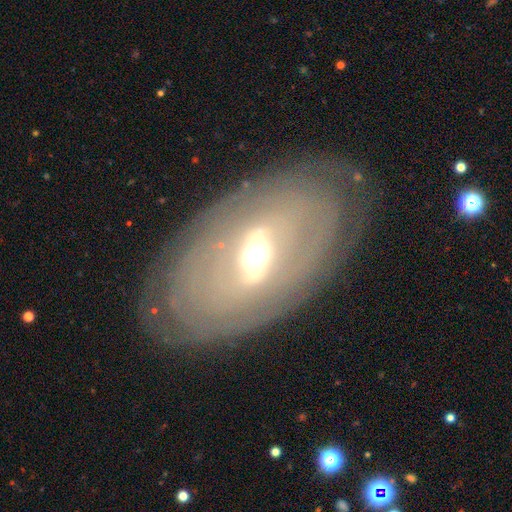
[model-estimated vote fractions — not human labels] Overall: featured or disk (75%). Edge-on disk: no (88%). Bar: weak (43%; strong 37%). Spiral arms: yes (56%; no 44%). Bulge size: moderate (65%). Merging: none (78%).